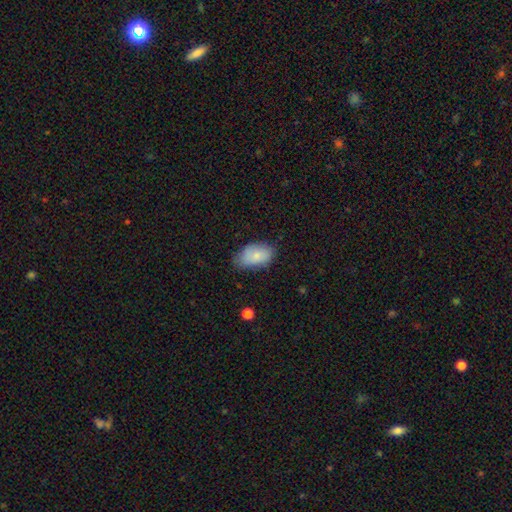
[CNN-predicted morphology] smooth 80%, featured or disk 13%, star or artifact 7%. Down the decision tree: how rounded — in between (92%); merging — none (65%).